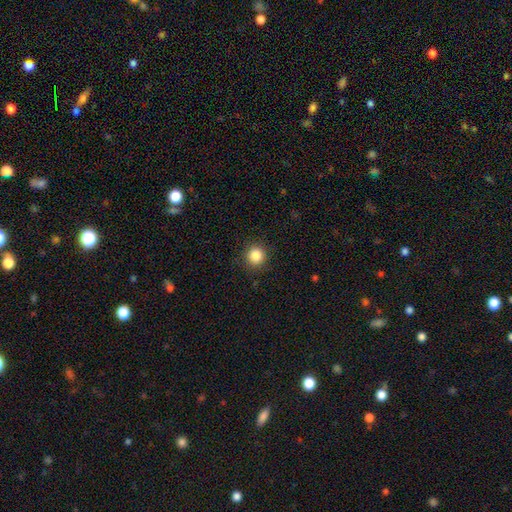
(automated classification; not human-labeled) Smooth or featured: smooth — 85% (star or artifact — 11%)
How rounded: round — 92% (in between — 7%)
Merging: none — 91% (minor disturbance — 6%)